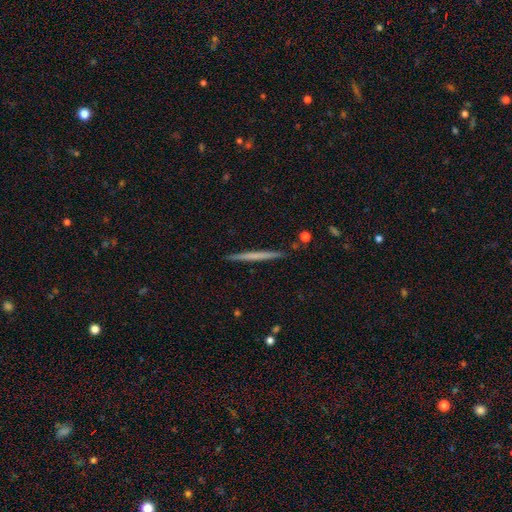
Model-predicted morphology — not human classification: Overall: smooth (47%, tied with featured or disk). Merging: none (92%).